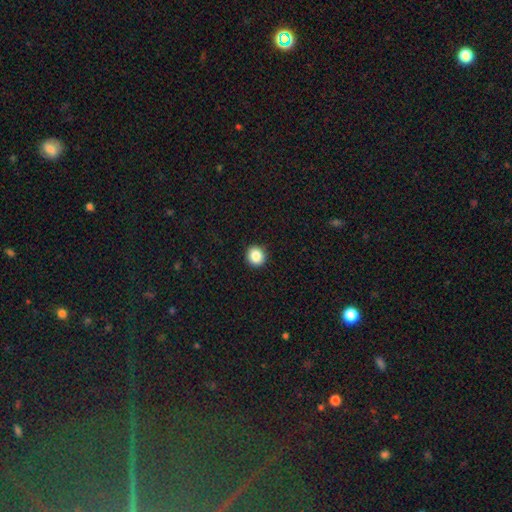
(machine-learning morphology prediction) Smooth or featured?
  - smooth: 86% *
  - star or artifact: 9%
  - featured or disk: 4%
How rounded?
  - round: 90% *
  - in between: 9%
  - cigar-shaped: 1%
Merging?
  - none: 93% *
  - minor disturbance: 5%
  - major disturbance: 2%
  - merger: 1%